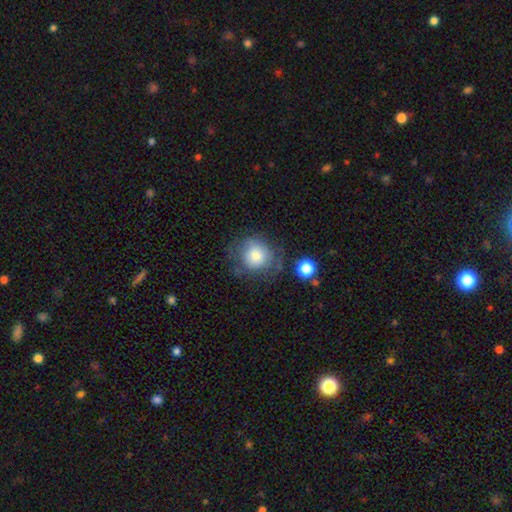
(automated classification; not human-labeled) smooth_or_featured: smooth (p=0.74) [alt: featured or disk p=0.17]
how_rounded: round (p=0.83) [alt: in between p=0.16]
merging: none (p=0.57) [alt: minor disturbance p=0.24]